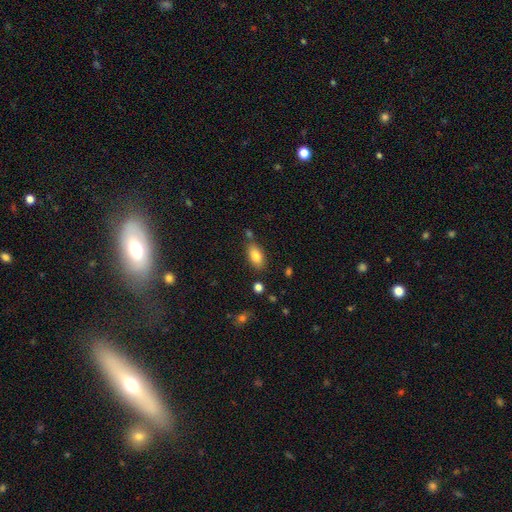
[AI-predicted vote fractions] Morphology: type=smooth (82%); roundness=in between (91%); merging=none (77%).